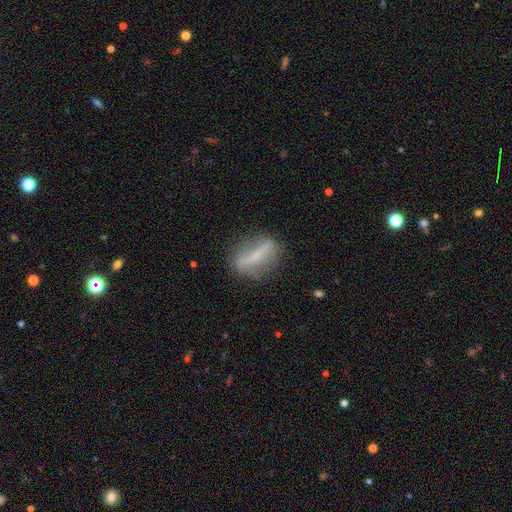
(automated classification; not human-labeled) A featured or disk galaxy (57%).

Vote fractions:
- Smooth or featured? featured or disk: 57% / smooth: 34% / star or artifact: 9%
- Edge-on disk? no: 67% / yes: 33%
- Merging? none: 75% / minor disturbance: 15% / major disturbance: 7% / merger: 2%